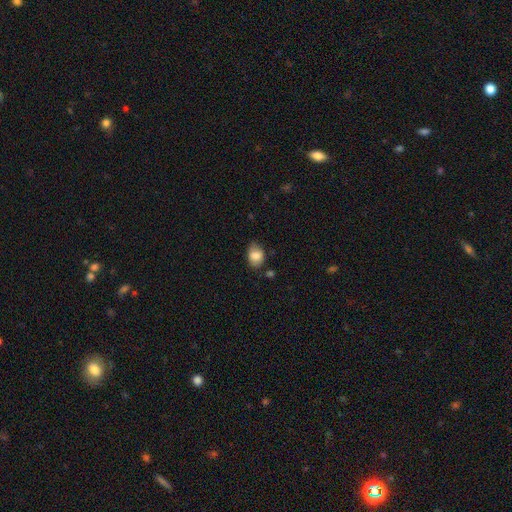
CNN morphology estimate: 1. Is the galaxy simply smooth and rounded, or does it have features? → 82% smooth, 10% featured or disk, 8% star or artifact.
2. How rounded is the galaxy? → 72% in between, 27% round, 1% cigar-shaped.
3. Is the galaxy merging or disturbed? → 64% none, 27% minor disturbance, 6% major disturbance, 3% merger.